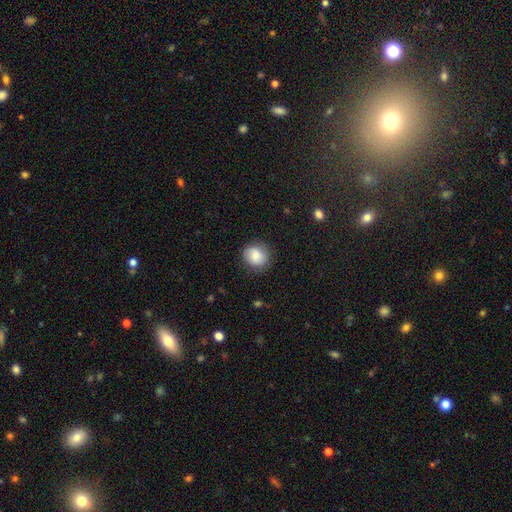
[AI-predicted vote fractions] Smooth or featured? smooth (82%)
How rounded? round (81%)
Merging? none (82%)